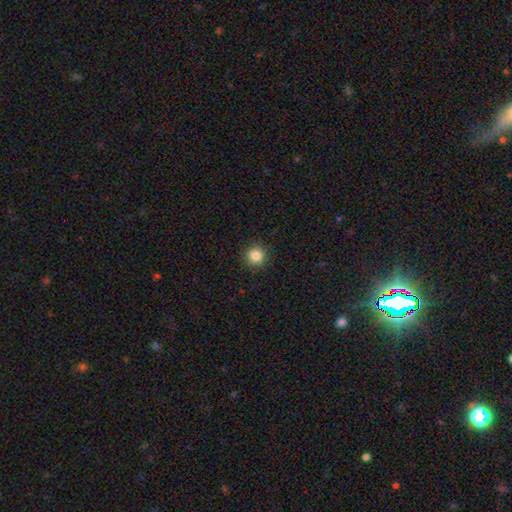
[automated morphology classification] Smooth or featured?
  - smooth: 84% *
  - star or artifact: 11%
  - featured or disk: 5%
How rounded?
  - round: 93% *
  - in between: 6%
  - cigar-shaped: 1%
Merging?
  - none: 91% *
  - minor disturbance: 6%
  - major disturbance: 2%
  - merger: 1%